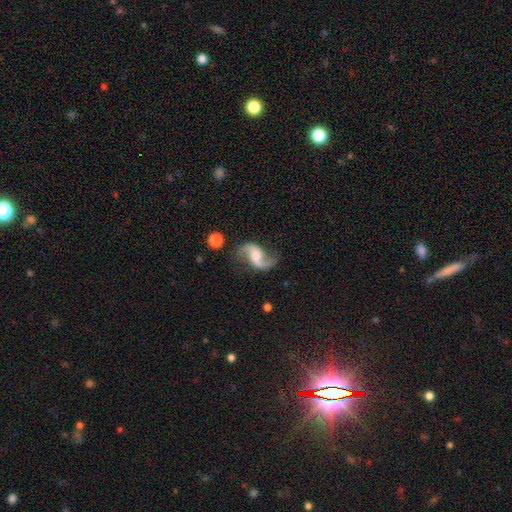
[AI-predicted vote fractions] Q: Smooth or featured?
A: featured or disk (90%); runner-up: smooth (5%)
Q: Edge-on disk?
A: no (98%); runner-up: yes (2%)
Q: Bar?
A: no (44%); runner-up: weak (41%)
Q: Spiral arms?
A: yes (97%); runner-up: no (3%)
Q: Spiral winding?
A: loose (78%); runner-up: medium (19%)
Q: Spiral arm count?
A: 2 (94%); runner-up: 1 (2%)
Q: Bulge size?
A: moderate (43%); runner-up: small (25%)
Q: Merging?
A: none (78%); runner-up: minor disturbance (13%)